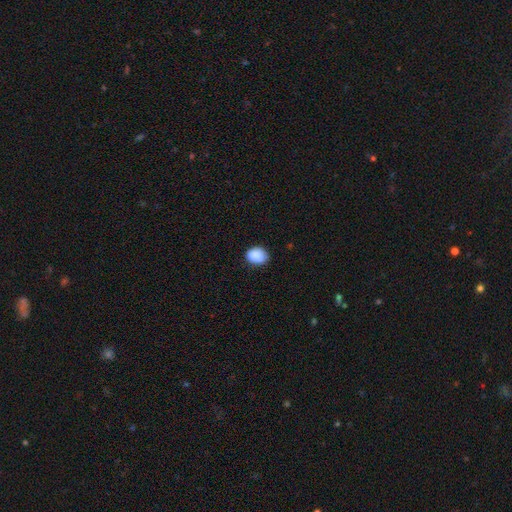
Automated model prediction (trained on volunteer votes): Smooth or featured?
  - smooth: 84% *
  - star or artifact: 9%
  - featured or disk: 7%
How rounded?
  - in between: 59% *
  - round: 40%
  - cigar-shaped: 1%
Merging?
  - none: 65% *
  - minor disturbance: 25%
  - major disturbance: 6%
  - merger: 5%